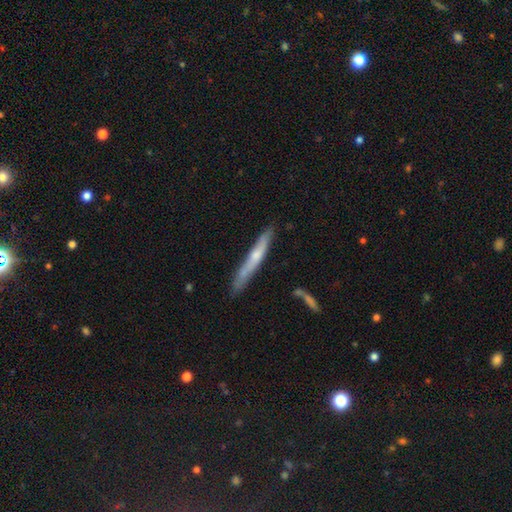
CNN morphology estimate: smooth-or-featured: featured or disk: 50% | smooth: 44% | star or artifact: 6%
  merging: none: 78% | minor disturbance: 16% | merger: 3% | major disturbance: 3%